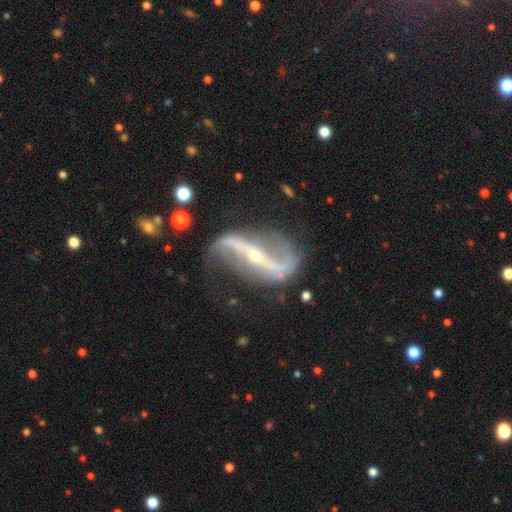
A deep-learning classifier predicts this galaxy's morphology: Smooth or featured?
  - featured or disk: 92% *
  - star or artifact: 5%
  - smooth: 3%
Edge-on disk?
  - no: 92% *
  - yes: 8%
Bar?
  - strong: 71% *
  - weak: 15%
  - no: 14%
Spiral arms?
  - yes: 95% *
  - no: 5%
Spiral winding?
  - loose: 77% *
  - medium: 17%
  - tight: 7%
Spiral arm count?
  - 2: 93% *
  - 1: 2%
  - can't tell: 2%
  - 3: 1%
  - 4: 1%
  - more than 4: 1%
Bulge size?
  - small: 78% *
  - moderate: 18%
  - none: 1%
  - large: 1%
  - dominant: 1%
Merging?
  - none: 69% *
  - minor disturbance: 17%
  - major disturbance: 10%
  - merger: 3%